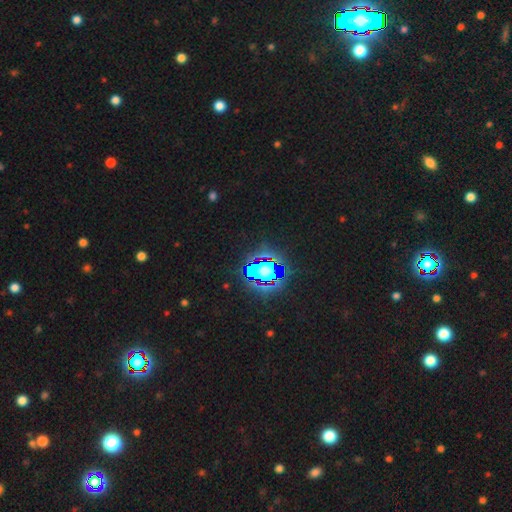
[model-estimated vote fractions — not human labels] Q: Smooth or featured?
A: star or artifact (83%); runner-up: smooth (10%)